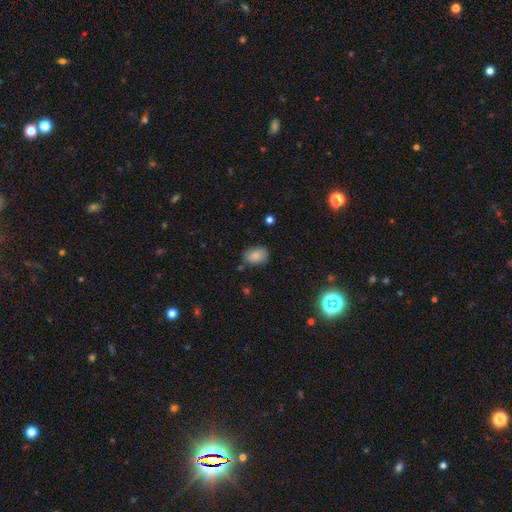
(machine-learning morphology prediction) type=smooth (85%); roundness=in between (81%); merging=none (77%).